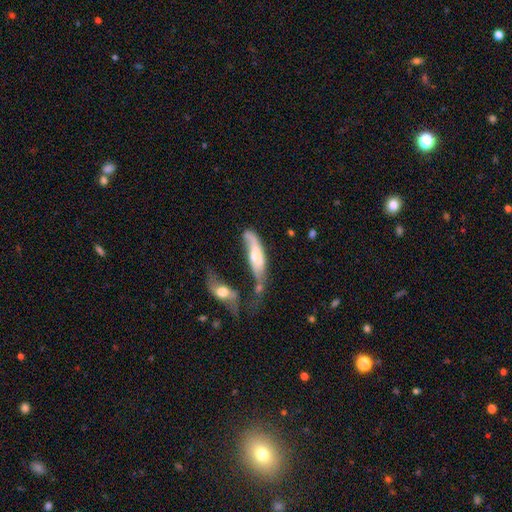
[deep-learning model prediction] Q: Smooth or featured?
A: featured or disk (50%); runner-up: smooth (42%)
Q: Edge-on disk?
A: no (58%); runner-up: yes (42%)
Q: Merging?
A: merger (37%); runner-up: major disturbance (25%)